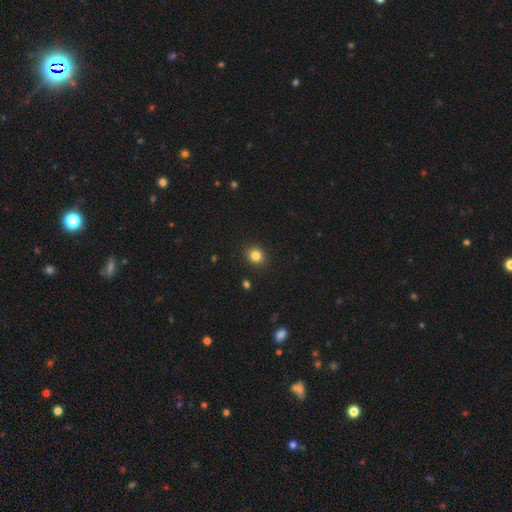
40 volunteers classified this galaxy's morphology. A smooth galaxy with no disk features (85%) that is round (74%).

Vote fractions:
- Smooth or featured? smooth: 85% / star or artifact: 10% / featured or disk: 5%
- How rounded? round: 74% / in between: 24% / cigar-shaped: 3%
- Merging? none: 89% / minor disturbance: 6% / major disturbance: 3% / merger: 3%